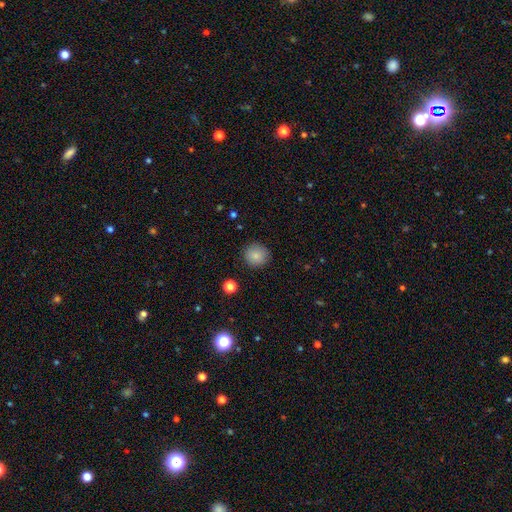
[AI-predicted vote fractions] Q: Smooth or featured?
A: smooth (85%); runner-up: star or artifact (9%)
Q: How rounded?
A: round (93%); runner-up: in between (6%)
Q: Merging?
A: none (90%); runner-up: minor disturbance (7%)